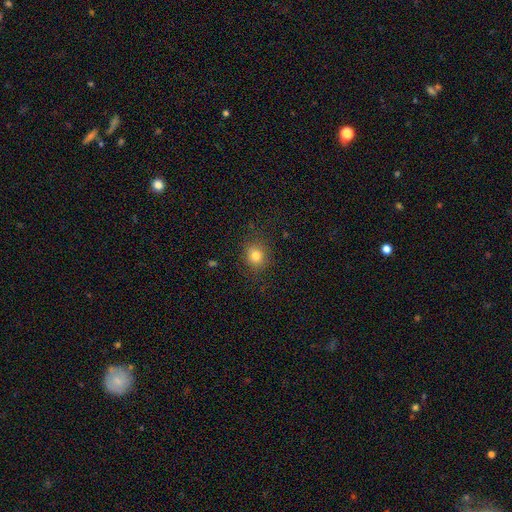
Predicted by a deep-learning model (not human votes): Overall: smooth (81%). How rounded: round (77%). Merging: none (85%).